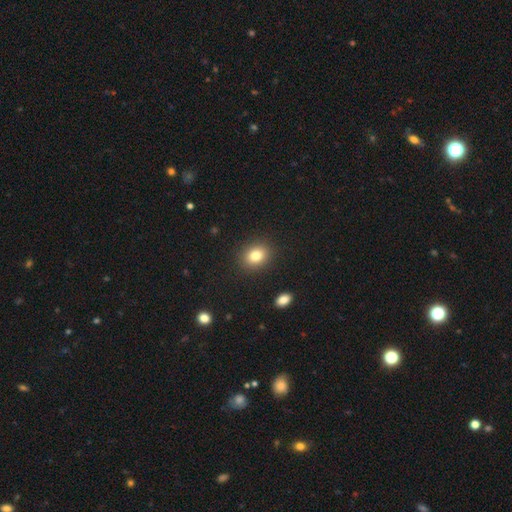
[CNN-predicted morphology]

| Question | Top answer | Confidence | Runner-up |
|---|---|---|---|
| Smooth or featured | smooth | 81% | star or artifact (11%) |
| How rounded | round | 55% | in between (45%) |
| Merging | none | 89% | minor disturbance (7%) |